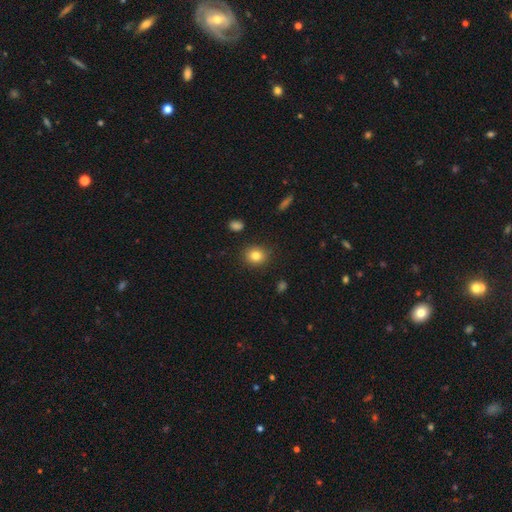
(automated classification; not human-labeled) Morphology: type=smooth (83%); roundness=round (73%); merging=none (88%).